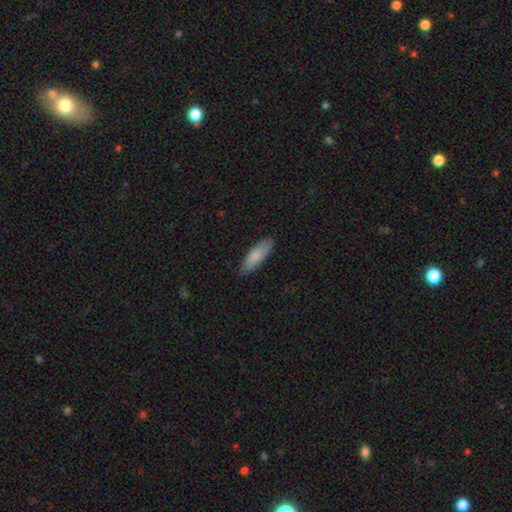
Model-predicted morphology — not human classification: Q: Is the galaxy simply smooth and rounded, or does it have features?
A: smooth — 83%.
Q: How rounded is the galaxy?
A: cigar-shaped — 49%, tied with in between.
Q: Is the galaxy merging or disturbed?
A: none — 84%.